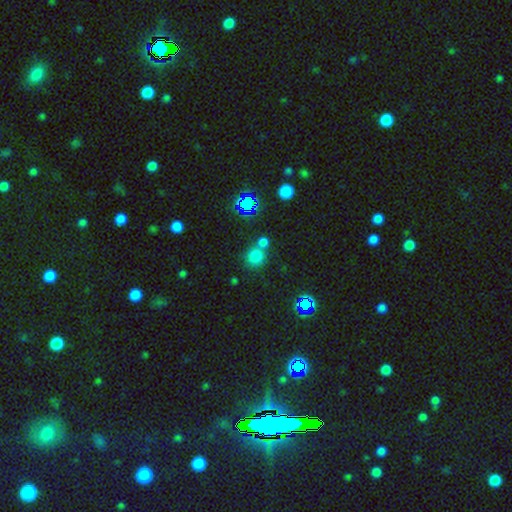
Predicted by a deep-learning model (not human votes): smooth 71%, star or artifact 23%, featured or disk 6%. Down the decision tree: how rounded — round (85%); merging — none (54%).